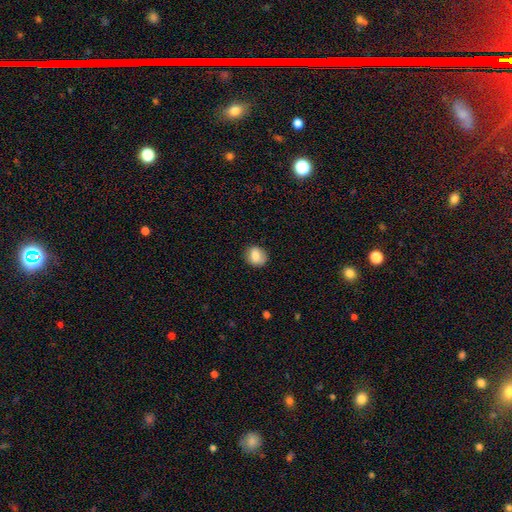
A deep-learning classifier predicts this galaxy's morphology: The model was most divided on "how rounded": round: 71%, in between: 28%, cigar-shaped: 1%. More confident: smooth or featured — smooth (83%); merging — none (82%).